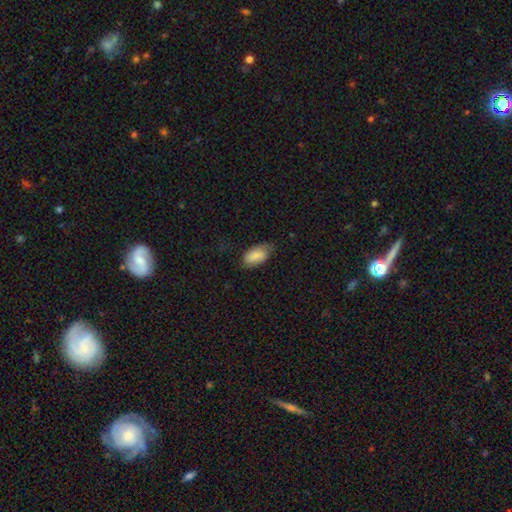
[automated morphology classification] smooth 79%, featured or disk 15%, star or artifact 7%. Down the decision tree: how rounded — in between (94%); merging — none (63%).